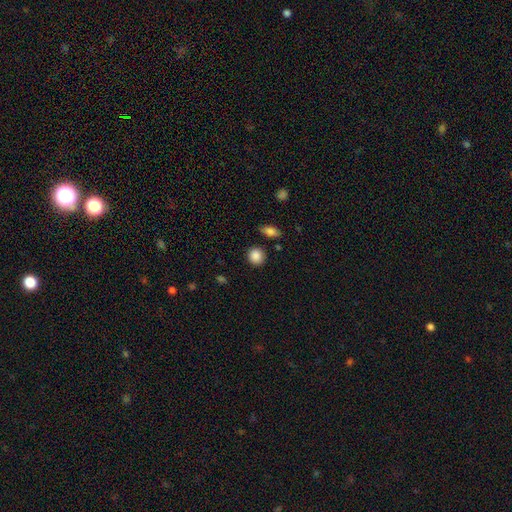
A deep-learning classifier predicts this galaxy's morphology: The model was most divided on "how rounded": round: 87%, in between: 12%, cigar-shaped: 1%. More confident: smooth or featured — smooth (88%); merging — none (87%).